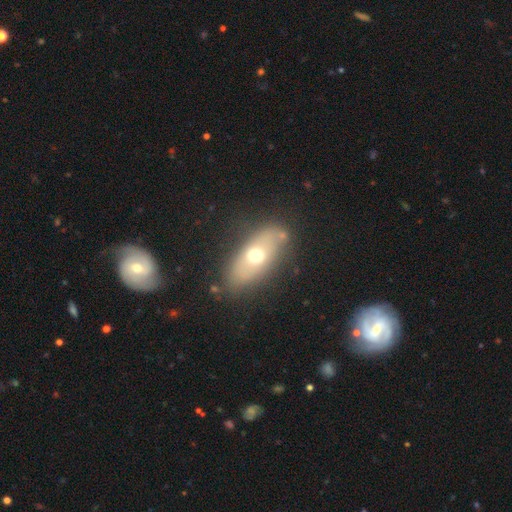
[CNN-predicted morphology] A smooth galaxy with no disk features (57%) that is in between round and cigar-shaped (80%).

Vote fractions:
- Smooth or featured? smooth: 57% / featured or disk: 34% / star or artifact: 9%
- How rounded? in between: 80% / cigar-shaped: 12% / round: 8%
- Merging? none: 76% / minor disturbance: 15% / major disturbance: 6% / merger: 4%